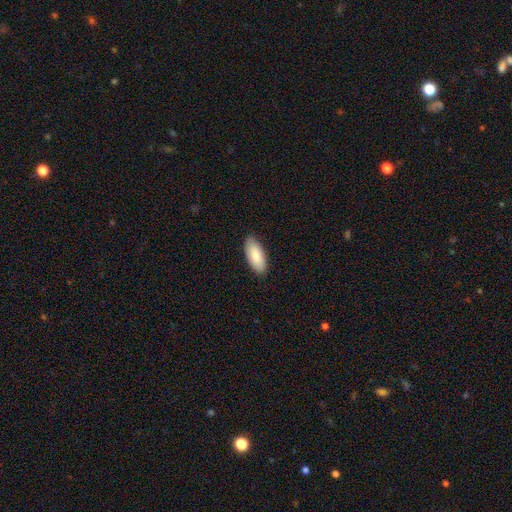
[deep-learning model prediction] Morphology: type=smooth (87%); roundness=in between (89%); merging=none (88%).